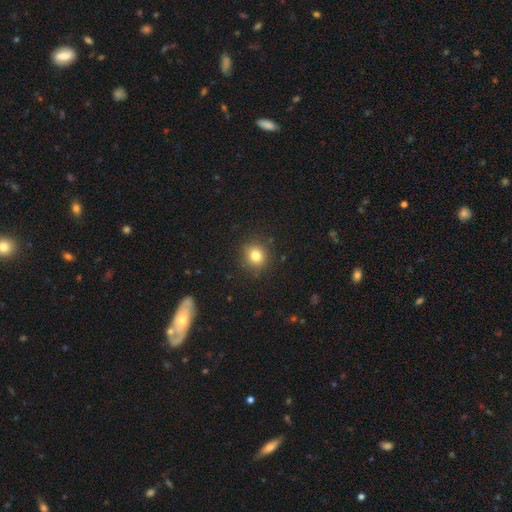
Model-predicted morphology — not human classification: smooth 81%, star or artifact 12%, featured or disk 7%. Down the decision tree: how rounded — round (86%); merging — none (88%).